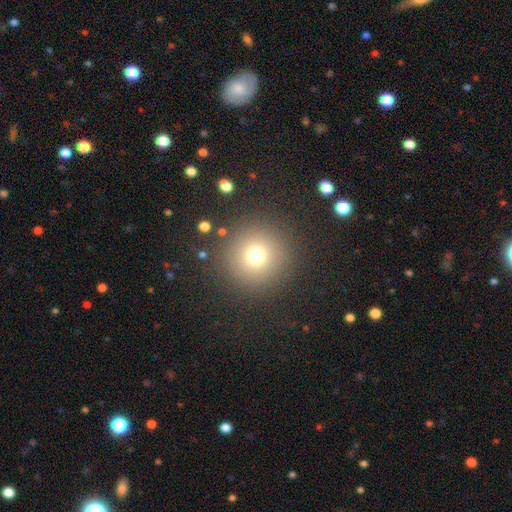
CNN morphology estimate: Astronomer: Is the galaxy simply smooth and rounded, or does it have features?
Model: smooth — 73%.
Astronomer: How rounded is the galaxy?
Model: round — 96%.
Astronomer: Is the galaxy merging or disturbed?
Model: none — 88%.